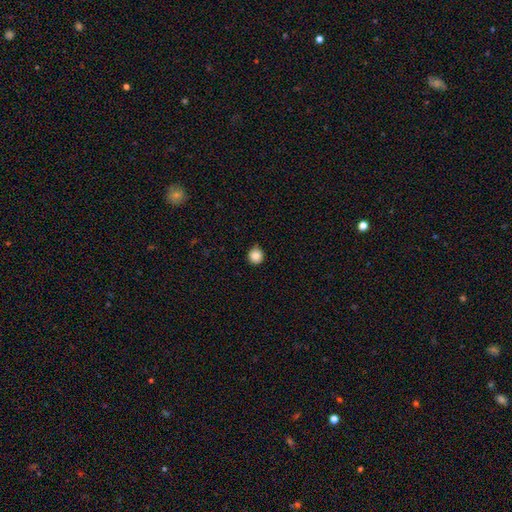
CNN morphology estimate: Smooth or featured?
  - smooth: 84% *
  - star or artifact: 10%
  - featured or disk: 6%
How rounded?
  - round: 91% *
  - in between: 8%
  - cigar-shaped: 1%
Merging?
  - none: 86% *
  - minor disturbance: 11%
  - major disturbance: 2%
  - merger: 1%